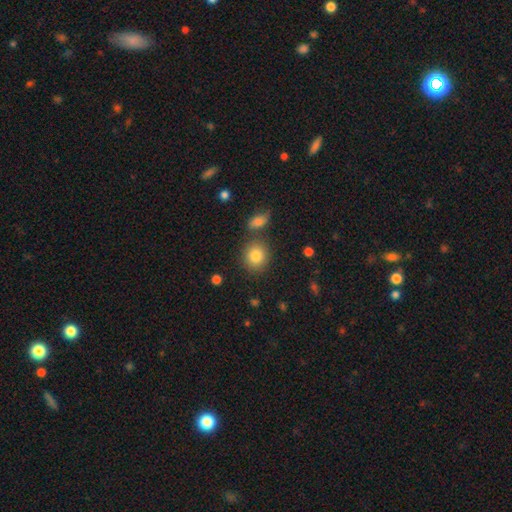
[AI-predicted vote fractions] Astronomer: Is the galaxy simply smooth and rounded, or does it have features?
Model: smooth — 83%.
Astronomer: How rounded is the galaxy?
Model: round — 81%.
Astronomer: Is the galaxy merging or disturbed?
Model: none — 78%.